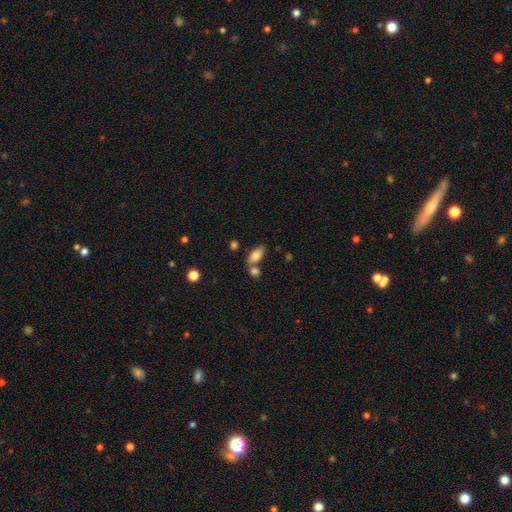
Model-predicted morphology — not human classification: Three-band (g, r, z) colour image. It shows a smooth galaxy with no disk features (76%) that is in between round and cigar-shaped (88%). Merging: none (63%).